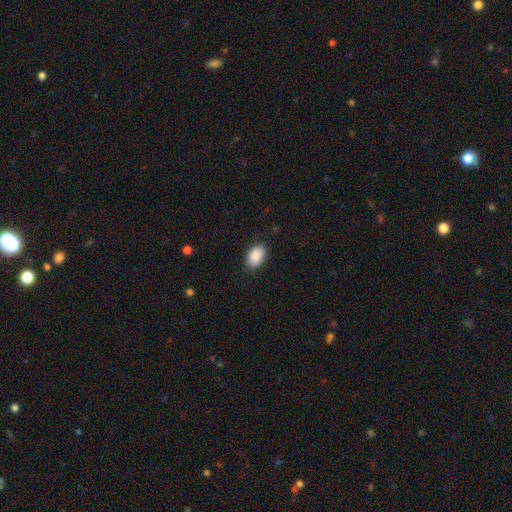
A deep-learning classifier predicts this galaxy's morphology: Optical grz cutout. It shows a smooth galaxy with no disk features (89%) that is in between round and cigar-shaped (91%). Merging: none (84%).